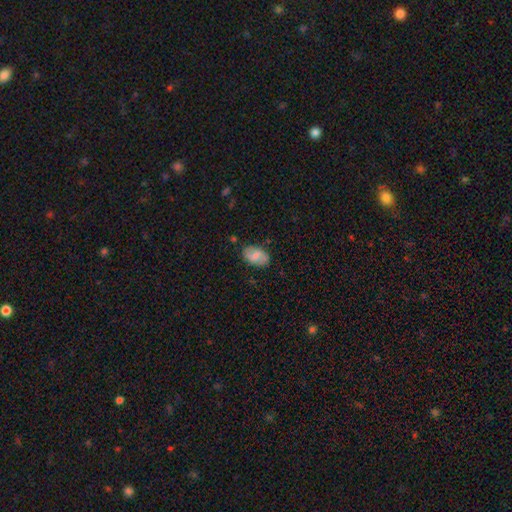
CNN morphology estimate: Smooth or featured? smooth (56%)
How rounded? in between (90%)
Merging? none (81%)